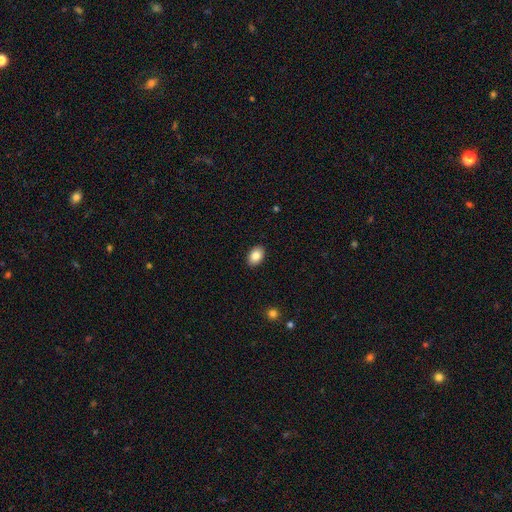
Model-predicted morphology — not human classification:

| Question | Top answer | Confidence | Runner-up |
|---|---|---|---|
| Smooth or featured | smooth | 85% | star or artifact (8%) |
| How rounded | in between | 86% | round (13%) |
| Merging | none | 90% | minor disturbance (7%) |